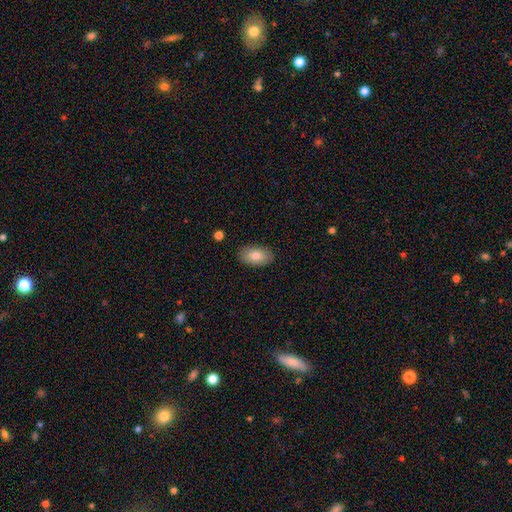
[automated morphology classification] This is clearly a smooth galaxy (84%). How rounded: clearly in between (94%). Merging: clearly none (87%).